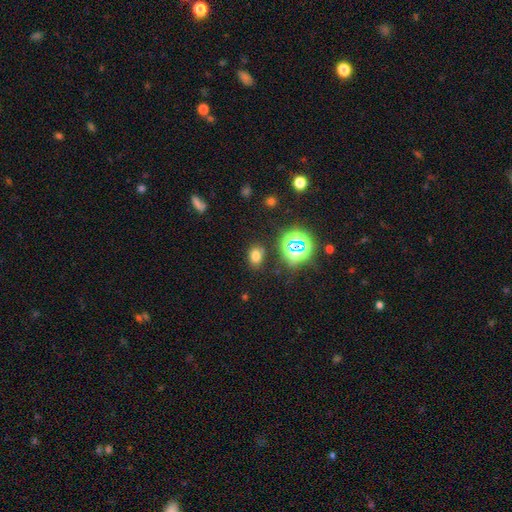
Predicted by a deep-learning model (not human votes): The model was most divided on "how rounded": in between: 71%, round: 28%, cigar-shaped: 1%. More confident: merging — none (80%); smooth or featured — smooth (68%).